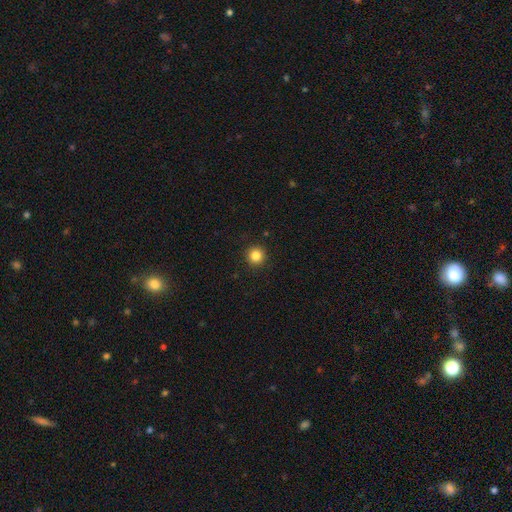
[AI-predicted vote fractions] Morphology: type=smooth (84%); roundness=round (95%); merging=none (93%).